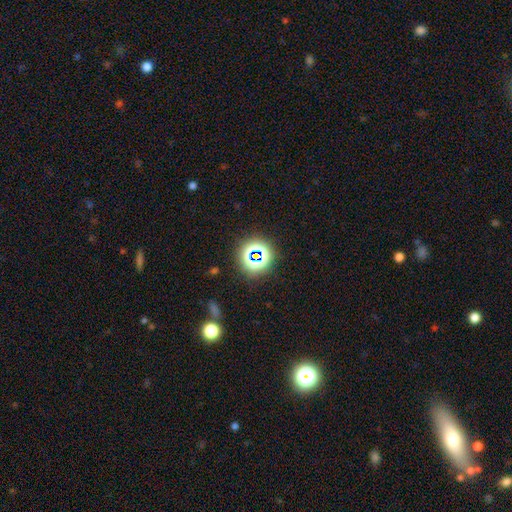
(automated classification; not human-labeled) smooth_or_featured: star or artifact (p=0.66) [alt: smooth p=0.24]